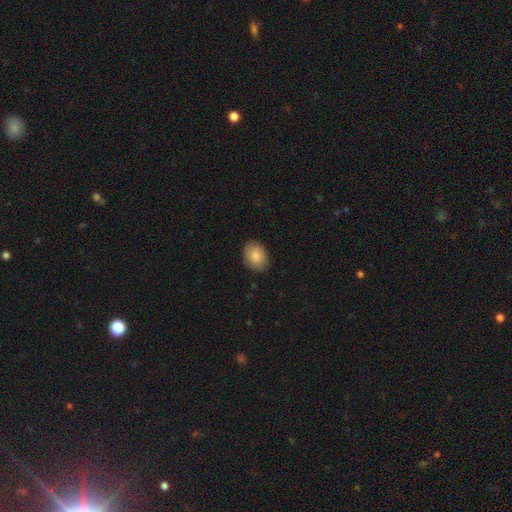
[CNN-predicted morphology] Overall: smooth (87%). How rounded: in between (75%). Merging: none (87%).